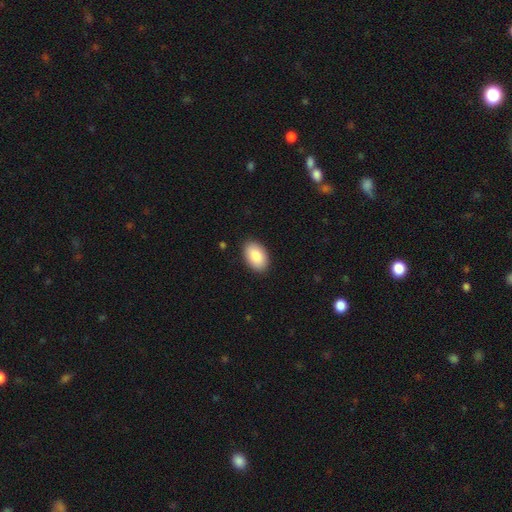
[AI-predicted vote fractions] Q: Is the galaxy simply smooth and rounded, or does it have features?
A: smooth — 86%.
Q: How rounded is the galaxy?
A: in between — 93%.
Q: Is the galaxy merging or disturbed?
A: none — 89%.